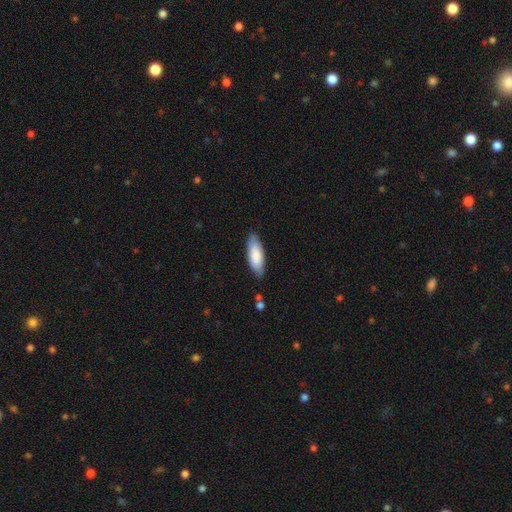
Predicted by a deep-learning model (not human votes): This appears to be a smooth galaxy with no disk features (85%) that is in between round and cigar-shaped (70%). Merging: none (81%).